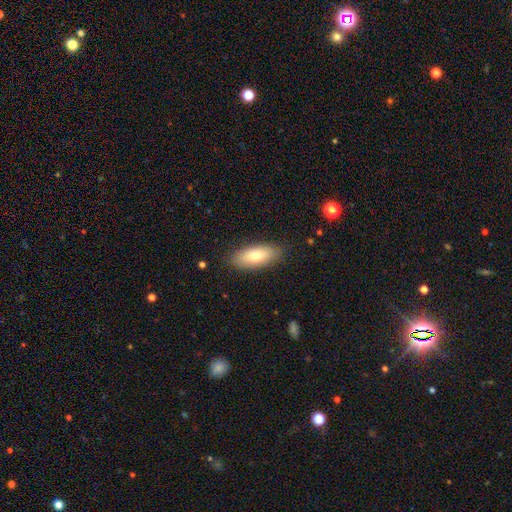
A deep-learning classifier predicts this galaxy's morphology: This appears to be a smooth galaxy with no disk features (74%) that is in between round and cigar-shaped (79%). Merging: none (86%).